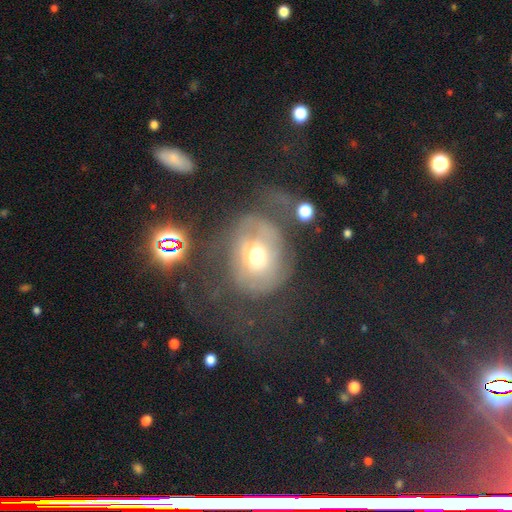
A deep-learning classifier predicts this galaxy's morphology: Overall: featured or disk (50%; smooth 38%). Merging: major disturbance (43%; none 33%).